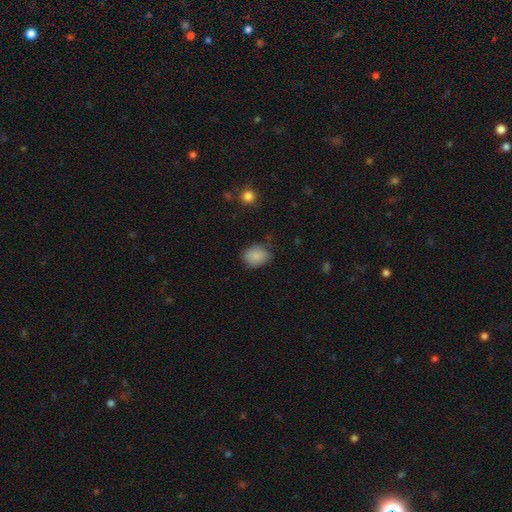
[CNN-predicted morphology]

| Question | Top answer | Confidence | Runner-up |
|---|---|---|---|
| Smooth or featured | smooth | 86% | star or artifact (8%) |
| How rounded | in between | 62% | round (37%) |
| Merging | none | 69% | minor disturbance (24%) |